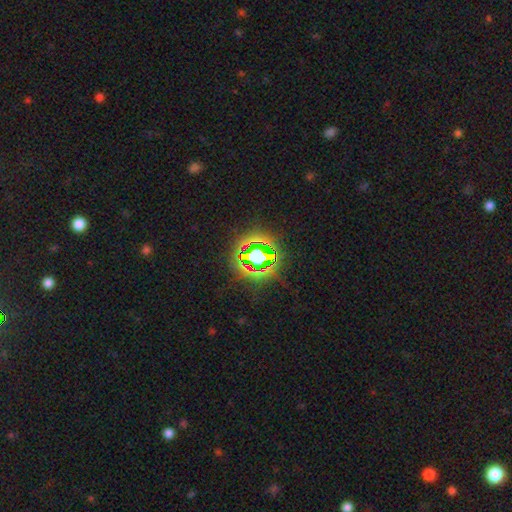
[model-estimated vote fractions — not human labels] Morphology: type=star or artifact (69%).